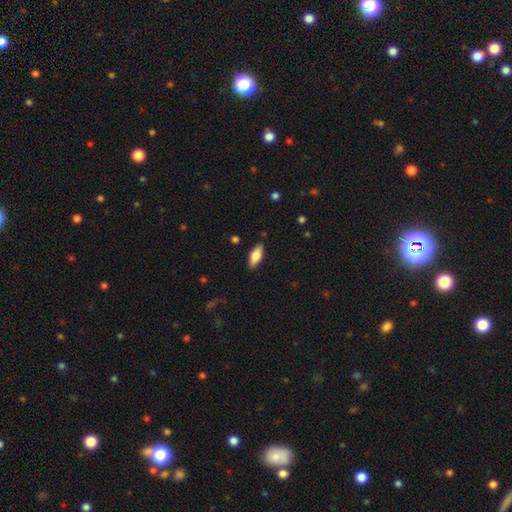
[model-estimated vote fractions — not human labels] smooth-or-featured: smooth: 74% | featured or disk: 19% | star or artifact: 6%
  how-rounded: in between: 83% | cigar-shaped: 15% | round: 2%
  merging: none: 86% | minor disturbance: 11% | major disturbance: 2% | merger: 1%